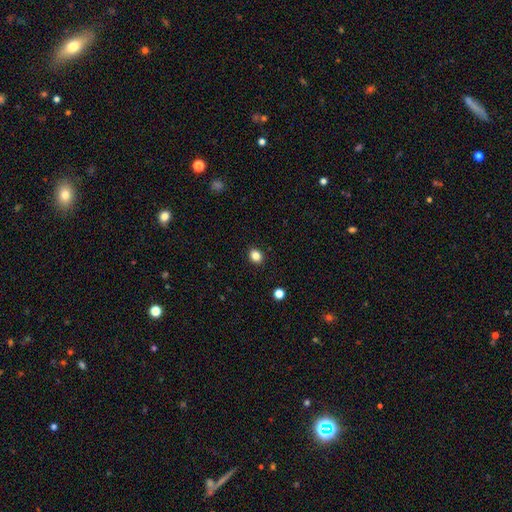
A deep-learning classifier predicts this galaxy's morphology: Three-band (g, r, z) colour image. It shows a smooth galaxy with no disk features (84%) that is round (56%). Merging: none (91%).